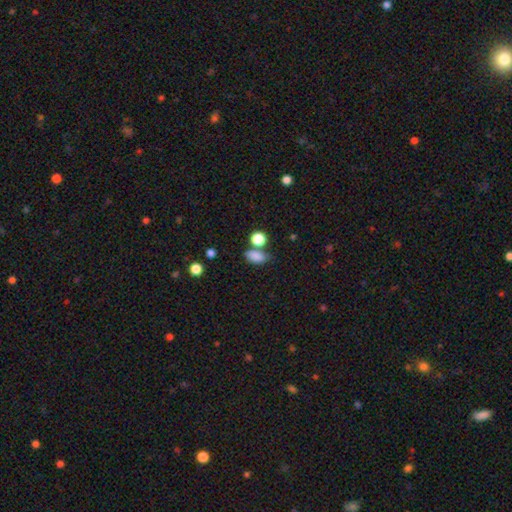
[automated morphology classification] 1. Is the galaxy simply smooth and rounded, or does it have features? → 83% smooth, 11% star or artifact, 6% featured or disk.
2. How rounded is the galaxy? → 82% in between, 15% round, 3% cigar-shaped.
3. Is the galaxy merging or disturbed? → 57% none, 19% merger, 18% minor disturbance, 6% major disturbance.